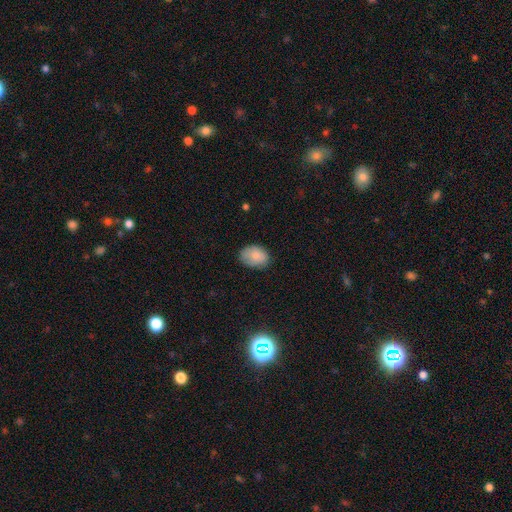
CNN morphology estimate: Overall: smooth (84%). How rounded: in between (75%). Merging: none (74%).